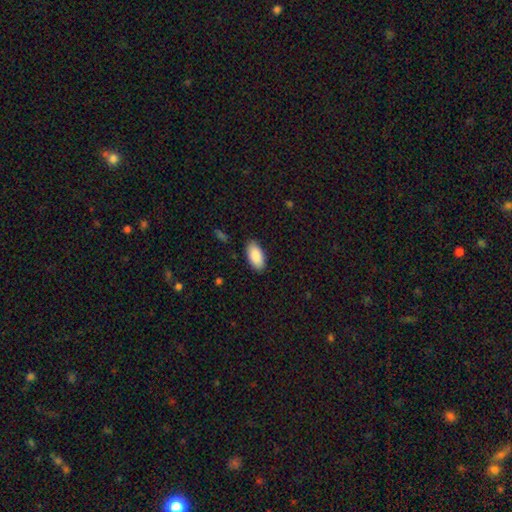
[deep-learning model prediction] Smooth or featured? smooth (90%)
How rounded? in between (94%)
Merging? none (88%)